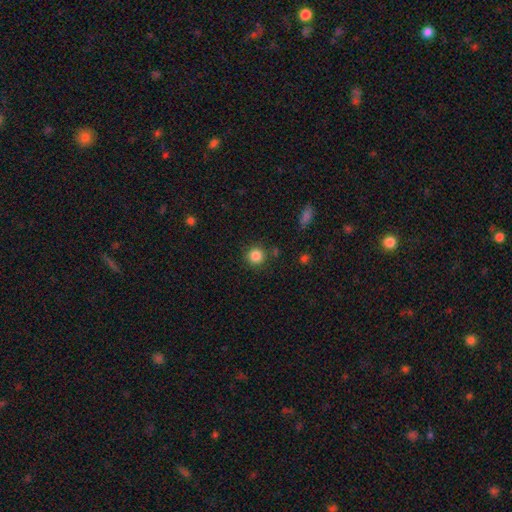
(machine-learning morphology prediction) smooth 85%, star or artifact 11%, featured or disk 4%. Down the decision tree: how rounded — round (93%); merging — none (85%).